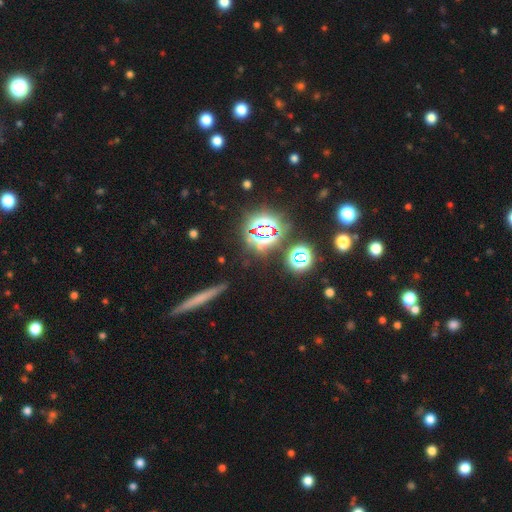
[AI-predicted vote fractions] smooth_or_featured: star or artifact (p=0.62) [alt: smooth p=0.23]